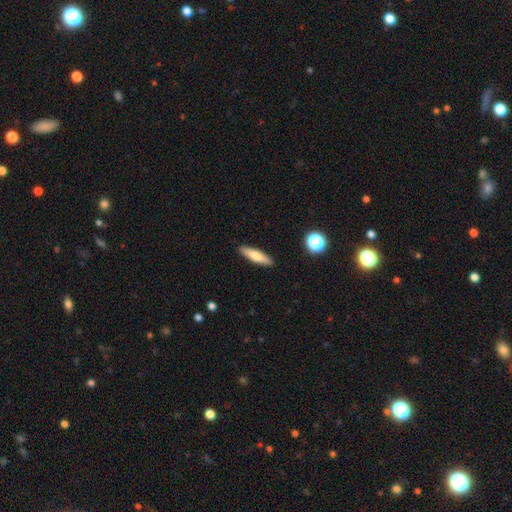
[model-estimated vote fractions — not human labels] Q: Smooth or featured?
A: smooth (66%); runner-up: featured or disk (27%)
Q: How rounded?
A: cigar-shaped (74%); runner-up: in between (24%)
Q: Merging?
A: none (90%); runner-up: minor disturbance (7%)